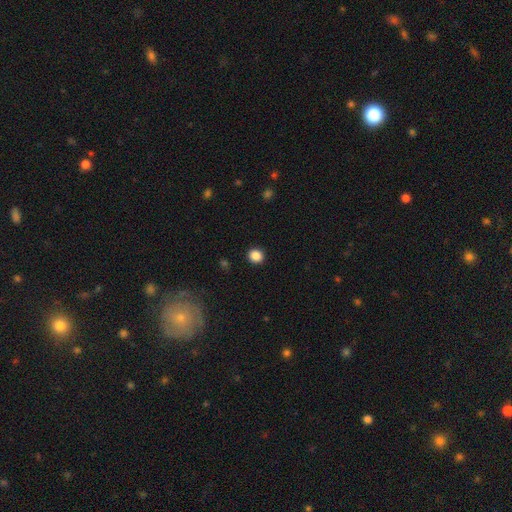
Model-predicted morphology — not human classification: The model was most divided on "how rounded": round: 87%, in between: 12%, cigar-shaped: 1%. More confident: merging — none (92%); smooth or featured — smooth (87%).